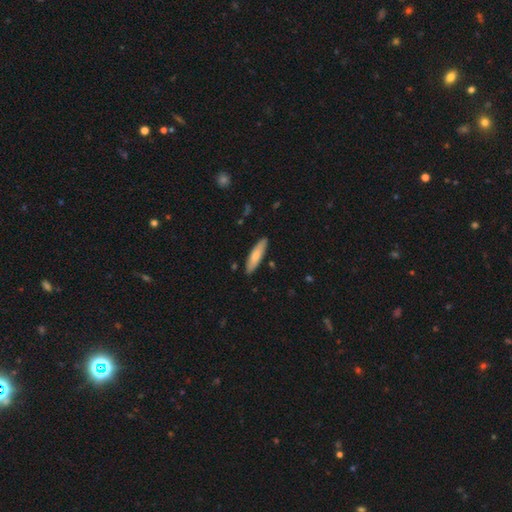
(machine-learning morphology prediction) Smooth or featured: smooth — 74% (featured or disk — 21%)
How rounded: cigar-shaped — 71% (in between — 27%)
Merging: none — 87% (minor disturbance — 9%)